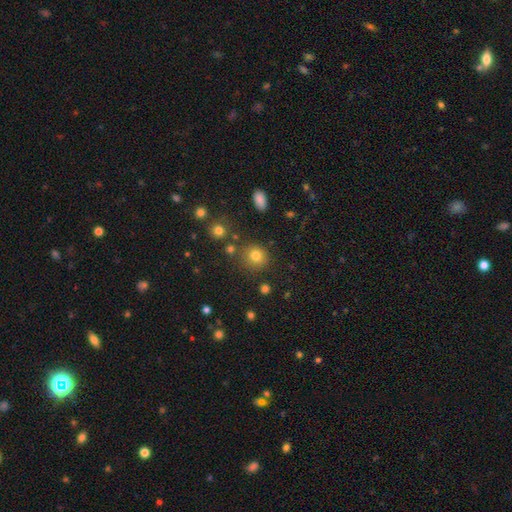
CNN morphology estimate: Smooth or featured? Predicted: smooth (p=0.79). How rounded? Predicted: round (p=0.86). Merging? Predicted: none (p=0.80).